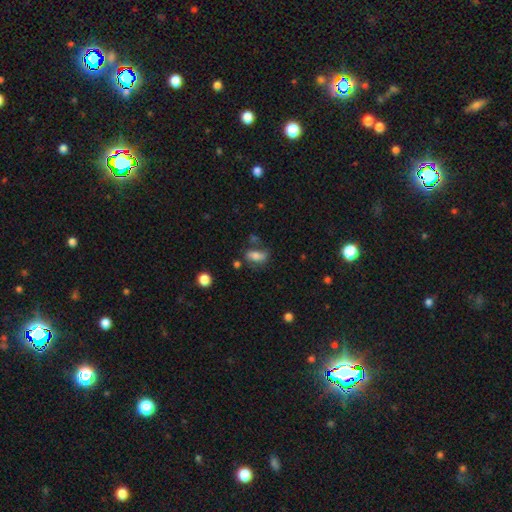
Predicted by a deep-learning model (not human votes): smooth 65%, featured or disk 24%, star or artifact 11%. Down the decision tree: how rounded — in between (83%); merging — none (54%).